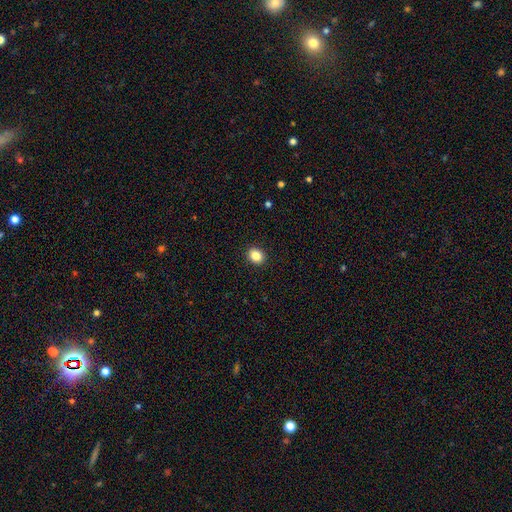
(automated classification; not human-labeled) Smooth or featured?
  - smooth: 85% *
  - star or artifact: 10%
  - featured or disk: 5%
How rounded?
  - round: 62% *
  - in between: 38%
  - cigar-shaped: 1%
Merging?
  - none: 92% *
  - minor disturbance: 6%
  - major disturbance: 2%
  - merger: 1%